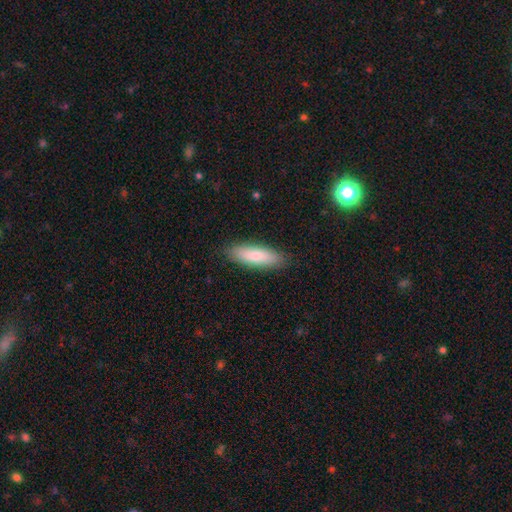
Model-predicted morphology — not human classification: Q: Smooth or featured?
A: smooth (79%); runner-up: featured or disk (15%)
Q: How rounded?
A: cigar-shaped (50%); runner-up: in between (49%)
Q: Merging?
A: none (88%); runner-up: minor disturbance (9%)